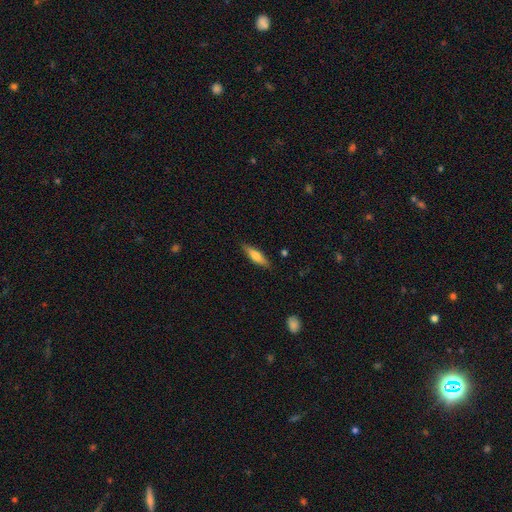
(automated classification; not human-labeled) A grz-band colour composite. It shows a smooth galaxy with no disk features (60%) that is cigar-shaped (66%). Merging: none (87%).